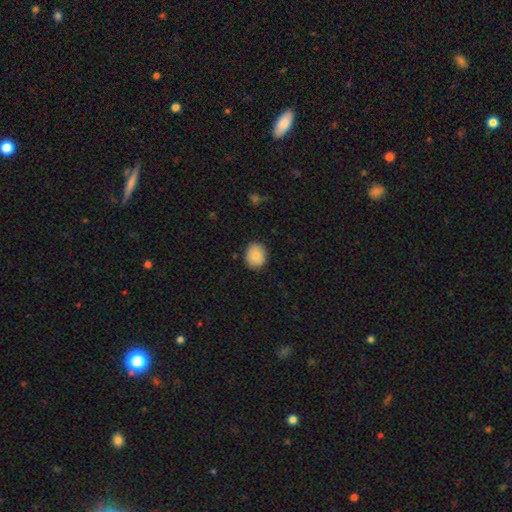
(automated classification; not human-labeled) smooth-or-featured: smooth: 84% | featured or disk: 8% | star or artifact: 7%
  how-rounded: round: 58% | in between: 41% | cigar-shaped: 1%
  merging: none: 86% | minor disturbance: 11% | major disturbance: 2% | merger: 1%